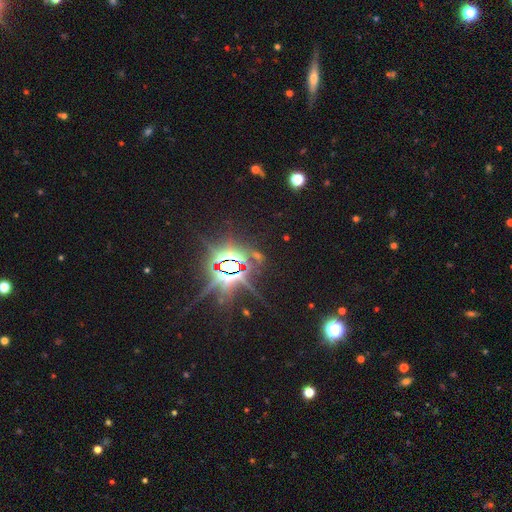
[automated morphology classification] Smooth or featured? star or artifact (83%)